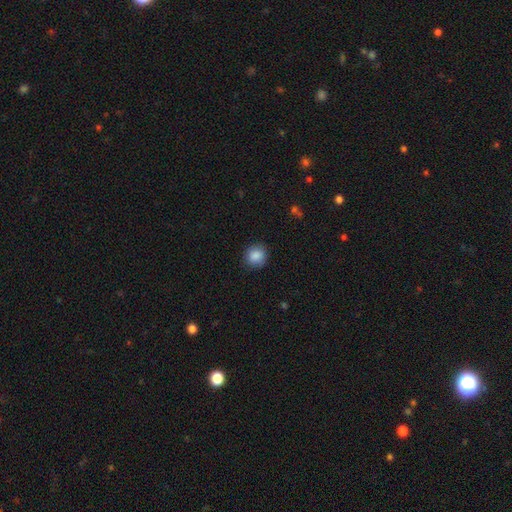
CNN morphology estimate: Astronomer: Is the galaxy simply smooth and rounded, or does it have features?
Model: smooth — 87%.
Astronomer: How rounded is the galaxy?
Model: round — 84%.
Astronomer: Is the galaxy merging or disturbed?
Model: none — 86%.